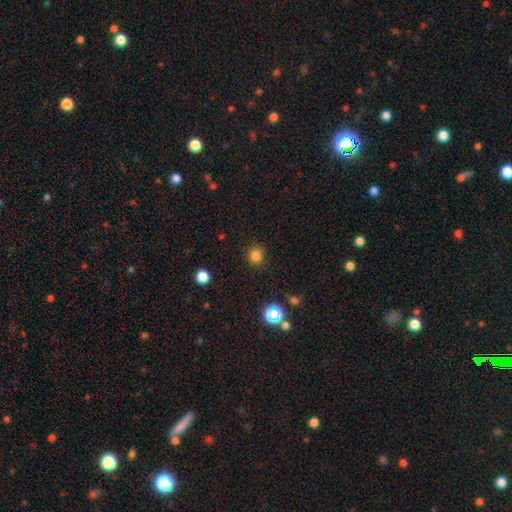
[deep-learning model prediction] Smooth or featured?
  - smooth: 80% *
  - star or artifact: 16%
  - featured or disk: 5%
How rounded?
  - round: 87% *
  - in between: 12%
  - cigar-shaped: 1%
Merging?
  - none: 90% *
  - minor disturbance: 7%
  - major disturbance: 2%
  - merger: 1%